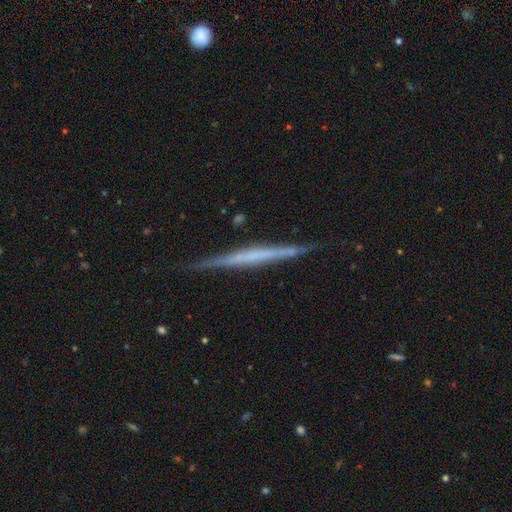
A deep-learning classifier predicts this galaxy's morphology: This appears to be a featured or disk galaxy (66%) viewed edge-on (98%) with no central bulge (82%). Merging: none (87%).